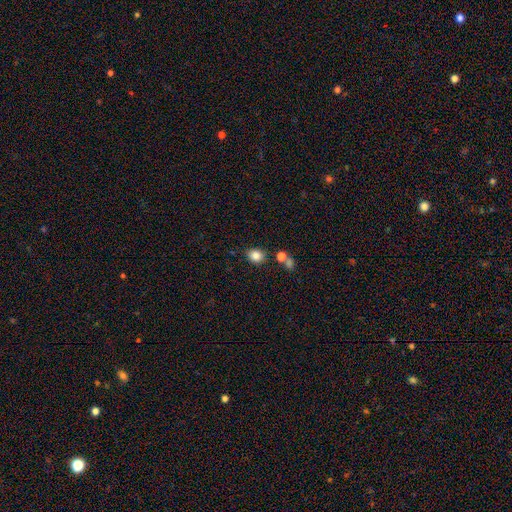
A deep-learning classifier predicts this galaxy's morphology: type=smooth (83%); roundness=round (59%); merging=none (78%).